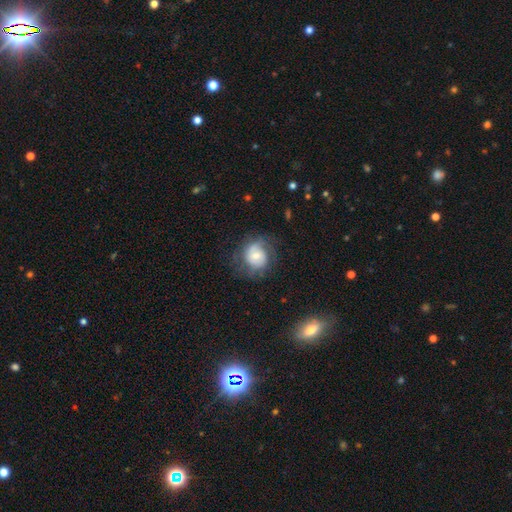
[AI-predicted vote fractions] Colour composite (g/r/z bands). It shows a smooth galaxy with no disk features (47%). Merging: none (59%).